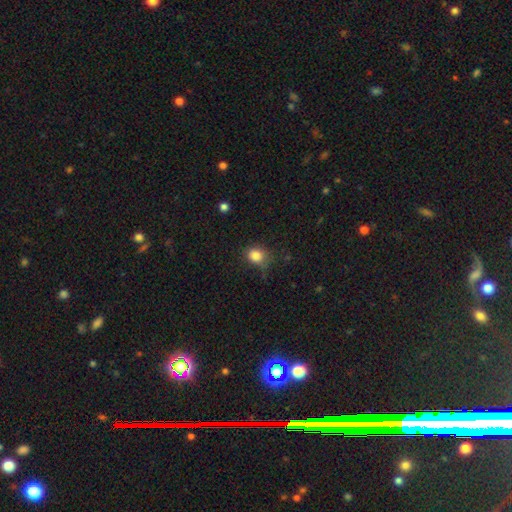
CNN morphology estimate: The model was most divided on "how rounded": round: 62%, in between: 37%, cigar-shaped: 1%. More confident: smooth or featured — smooth (84%); merging — none (69%).